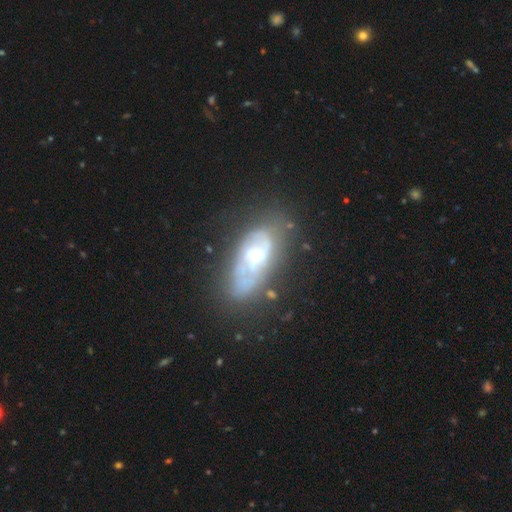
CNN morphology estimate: smooth-or-featured: featured or disk: 68% | smooth: 24% | star or artifact: 8%
  disk-edge-on: no: 90% | yes: 10%
    bar: no: 52% | weak: 36% | strong: 13%
    has-spiral-arms: yes: 58% | no: 42%
    bulge-size: moderate: 46% | small: 29% | large: 12% | none: 11% | dominant: 2%
  merging: none: 52% | minor disturbance: 23% | major disturbance: 18% | merger: 7%